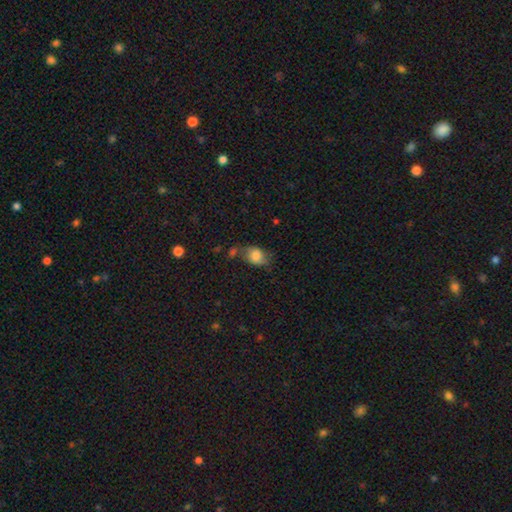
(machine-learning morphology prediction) smooth 75%, featured or disk 16%, star or artifact 10%. Down the decision tree: how rounded — in between (72%); merging — none (52%).